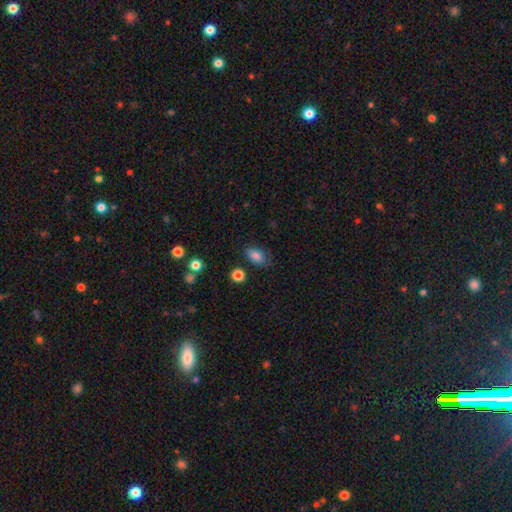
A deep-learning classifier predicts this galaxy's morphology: This appears to be a smooth galaxy with no disk features (81%) that is in between round and cigar-shaped (88%). Merging: none (70%).